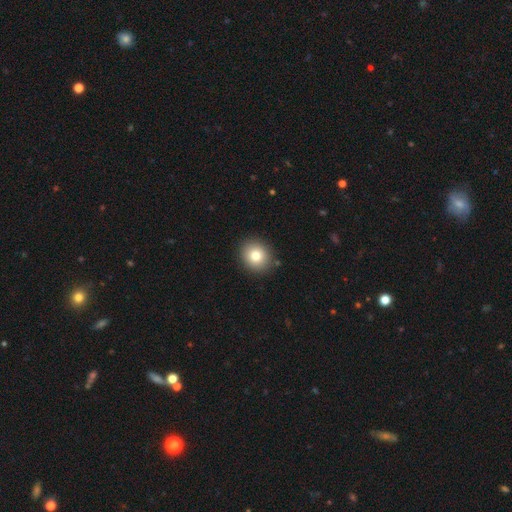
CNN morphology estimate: smooth-or-featured: smooth: 79% | featured or disk: 10% | star or artifact: 10%
  how-rounded: round: 79% | in between: 20% | cigar-shaped: 1%
  merging: none: 89% | minor disturbance: 7% | major disturbance: 2% | merger: 2%